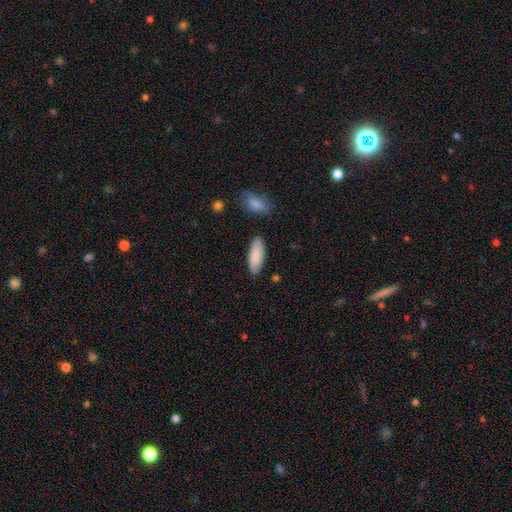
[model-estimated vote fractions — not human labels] This is clearly a smooth galaxy (87%). How rounded: likely in between (73%). Merging: clearly none (83%).